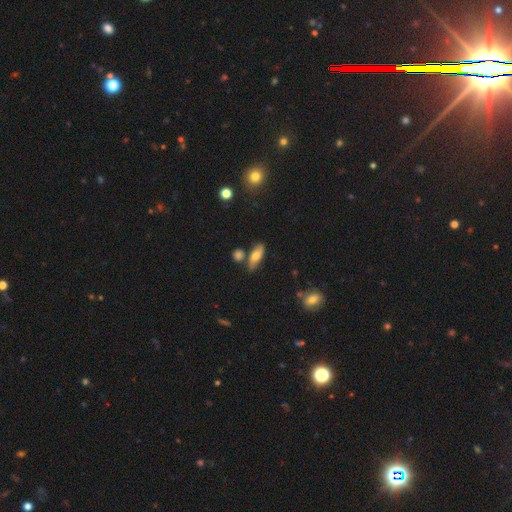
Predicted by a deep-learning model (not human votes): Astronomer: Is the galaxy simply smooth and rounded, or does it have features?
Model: smooth — 64%.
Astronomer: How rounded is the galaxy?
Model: in between — 68%.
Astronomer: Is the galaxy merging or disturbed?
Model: none — 63%.